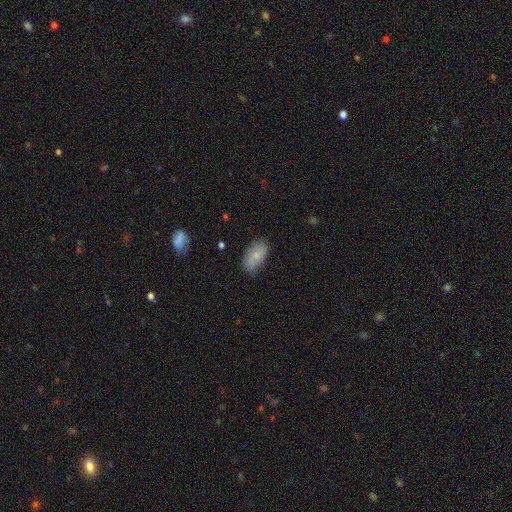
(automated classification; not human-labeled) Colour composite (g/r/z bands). It shows a smooth galaxy with no disk features (75%) that is in between round and cigar-shaped (93%). Merging: none (69%).